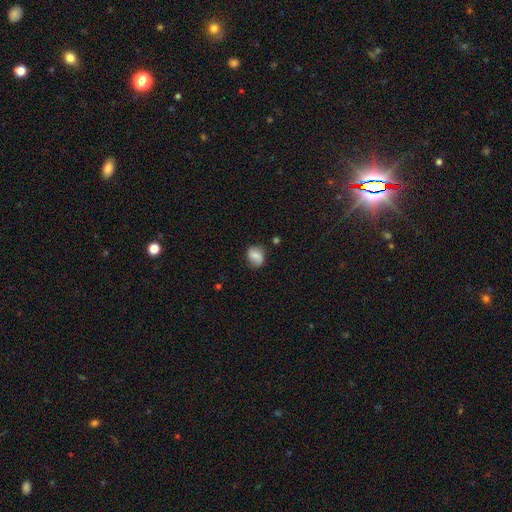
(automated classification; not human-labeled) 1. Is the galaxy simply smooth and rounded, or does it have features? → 62% smooth, 28% featured or disk, 9% star or artifact.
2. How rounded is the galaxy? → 60% round, 39% in between, 1% cigar-shaped.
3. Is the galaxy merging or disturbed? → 66% none, 25% minor disturbance, 7% major disturbance, 3% merger.